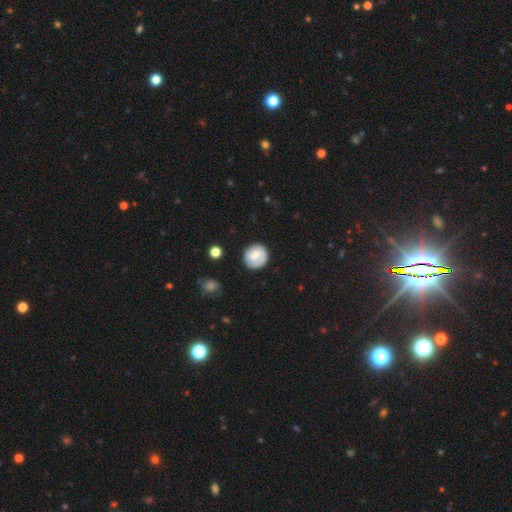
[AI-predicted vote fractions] A smooth galaxy with no disk features (66%) that is round (88%). Merging: none (79%).